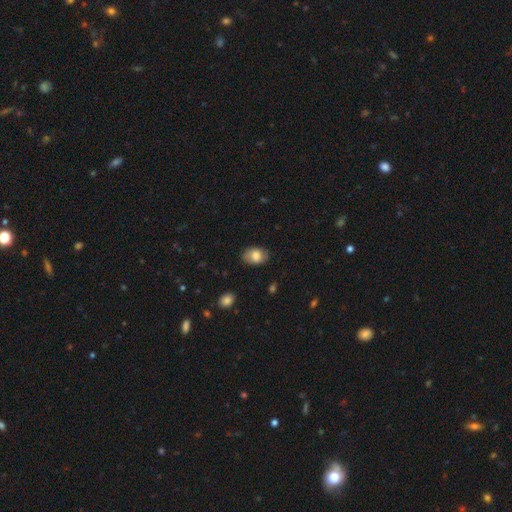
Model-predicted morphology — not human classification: Q: Smooth or featured?
A: smooth (80%); runner-up: featured or disk (12%)
Q: How rounded?
A: in between (80%); runner-up: round (19%)
Q: Merging?
A: none (78%); runner-up: minor disturbance (17%)